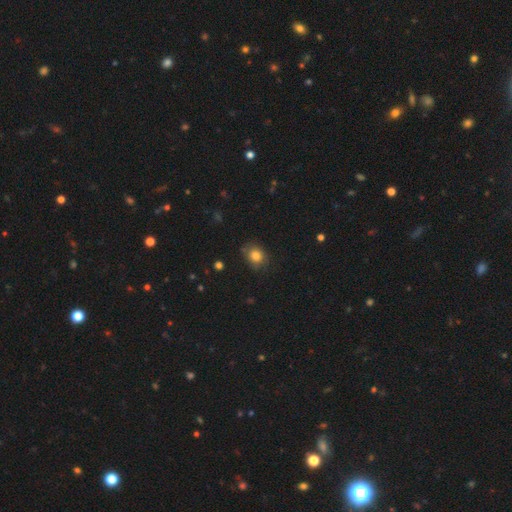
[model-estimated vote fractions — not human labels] Smooth or featured?
  - smooth: 81% *
  - star or artifact: 11%
  - featured or disk: 8%
How rounded?
  - round: 64% *
  - in between: 35%
  - cigar-shaped: 1%
Merging?
  - none: 75% *
  - minor disturbance: 19%
  - major disturbance: 4%
  - merger: 2%